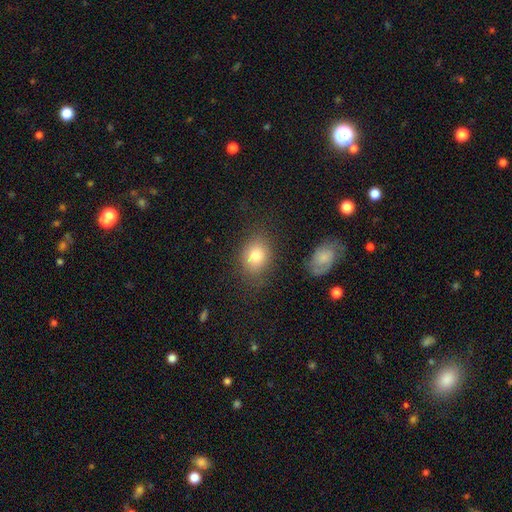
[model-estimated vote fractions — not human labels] A smooth galaxy with no disk features (81%) that is in between round and cigar-shaped (64%). Merging: none (75%).